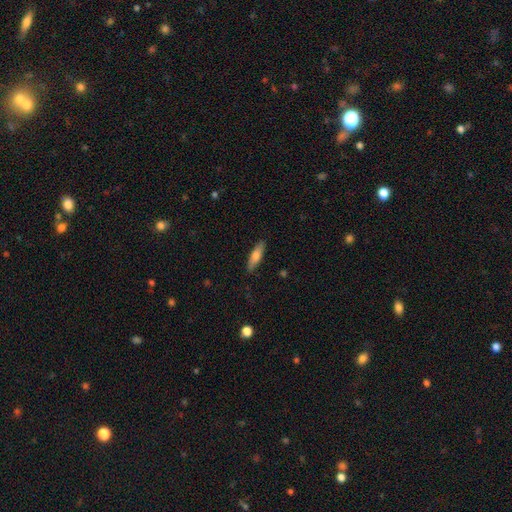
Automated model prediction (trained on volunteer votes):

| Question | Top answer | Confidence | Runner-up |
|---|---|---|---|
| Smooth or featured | smooth | 68% | featured or disk (26%) |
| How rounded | cigar-shaped | 63% | in between (35%) |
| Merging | none | 87% | minor disturbance (10%) |